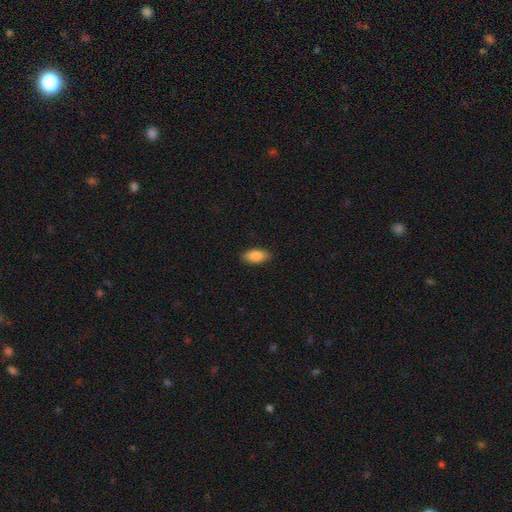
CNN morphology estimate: smooth-or-featured: smooth: 88% | star or artifact: 6% | featured or disk: 6%
  how-rounded: in between: 88% | cigar-shaped: 9% | round: 2%
  merging: none: 88% | minor disturbance: 9% | major disturbance: 2% | merger: 1%